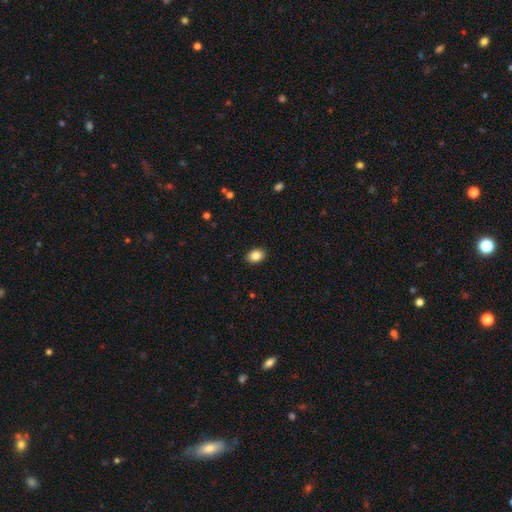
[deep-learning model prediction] smooth-or-featured: smooth: 86% | star or artifact: 8% | featured or disk: 6%
  how-rounded: in between: 76% | round: 23% | cigar-shaped: 1%
  merging: none: 90% | minor disturbance: 7% | major disturbance: 2% | merger: 1%